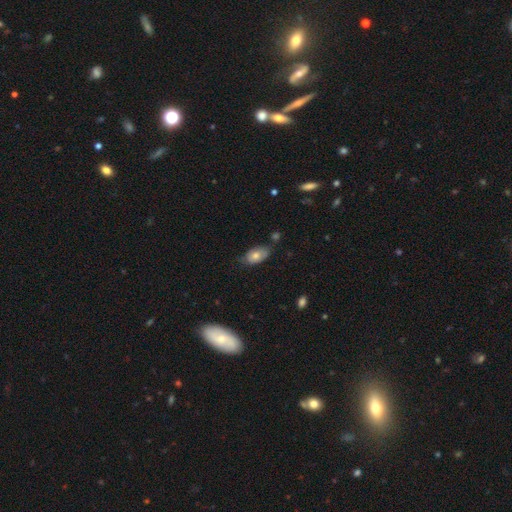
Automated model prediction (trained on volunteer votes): Smooth or featured? smooth (70%)
How rounded? in between (91%)
Merging? none (59%)